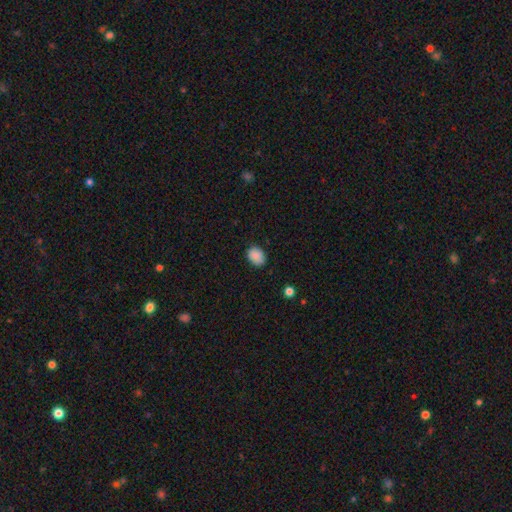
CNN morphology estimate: Q: Smooth or featured?
A: smooth (88%); runner-up: star or artifact (8%)
Q: How rounded?
A: in between (67%); runner-up: round (32%)
Q: Merging?
A: none (81%); runner-up: minor disturbance (15%)